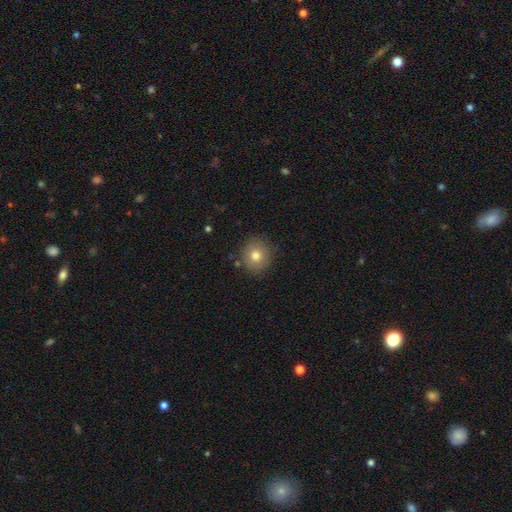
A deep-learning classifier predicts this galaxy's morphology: smooth-or-featured: smooth: 77% | featured or disk: 12% | star or artifact: 11%
  how-rounded: round: 86% | in between: 13% | cigar-shaped: 1%
  merging: none: 86% | minor disturbance: 9% | major disturbance: 3% | merger: 2%